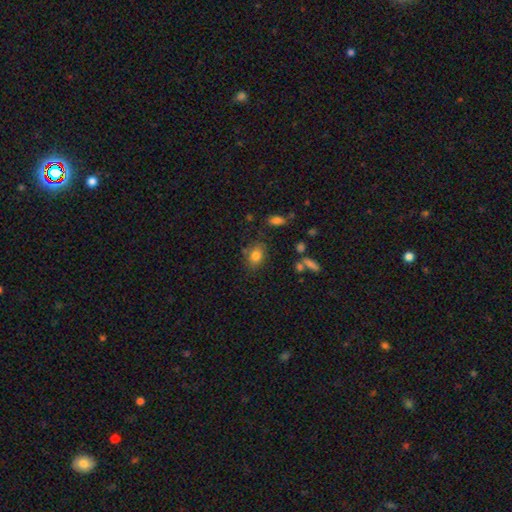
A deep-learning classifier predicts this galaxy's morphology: Smooth or featured: smooth — 81% (star or artifact — 10%)
How rounded: in between — 66% (round — 33%)
Merging: none — 73% (minor disturbance — 17%)